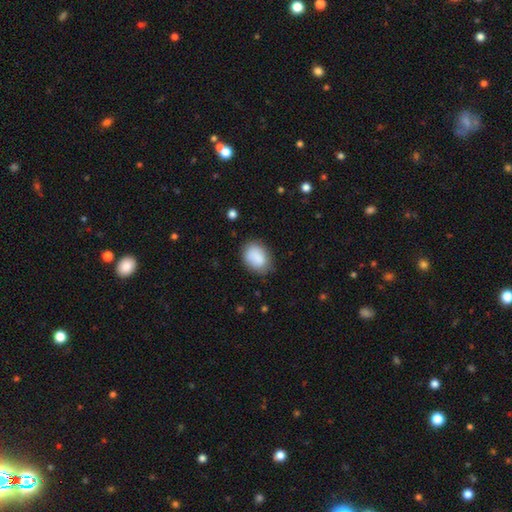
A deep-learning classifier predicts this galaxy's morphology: Smooth or featured?
  - smooth: 86% *
  - star or artifact: 7%
  - featured or disk: 7%
How rounded?
  - in between: 70% *
  - round: 29%
  - cigar-shaped: 1%
Merging?
  - none: 72% *
  - minor disturbance: 21%
  - major disturbance: 5%
  - merger: 2%